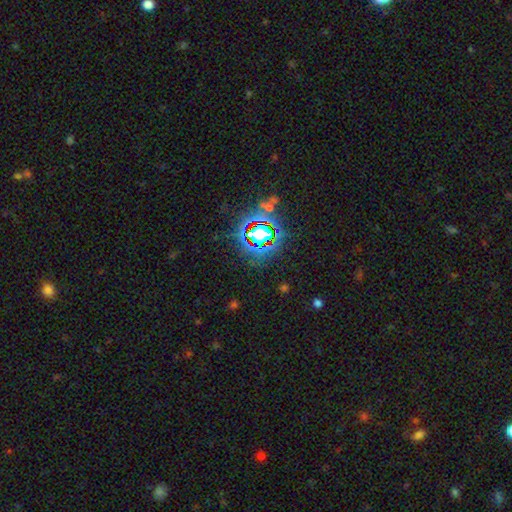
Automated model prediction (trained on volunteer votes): A star or artifact, not a galaxy (80%).